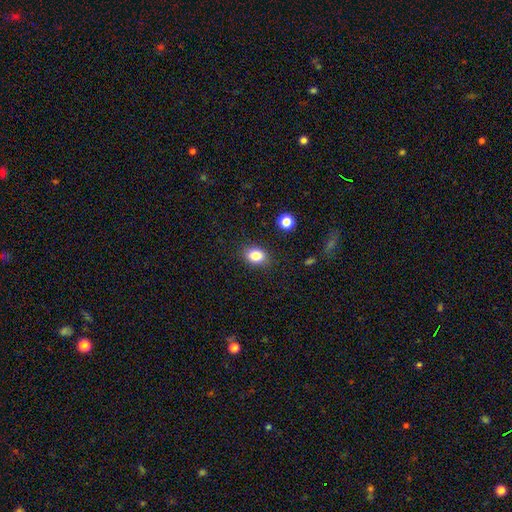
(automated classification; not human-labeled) Smooth or featured? smooth (83%)
How rounded? in between (69%)
Merging? none (85%)